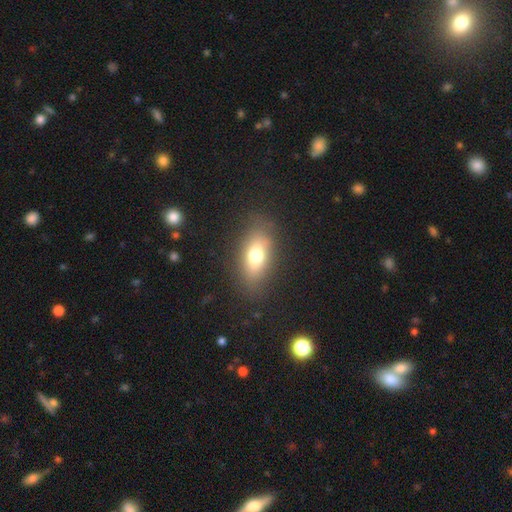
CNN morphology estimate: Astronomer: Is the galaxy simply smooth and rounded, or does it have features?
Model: smooth — 71%.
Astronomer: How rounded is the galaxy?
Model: in between — 82%.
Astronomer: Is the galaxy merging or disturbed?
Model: none — 81%.